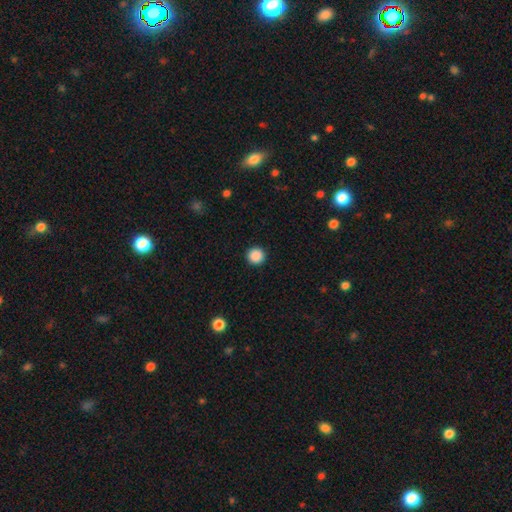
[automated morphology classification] Smooth or featured? Predicted: smooth (p=0.88). How rounded? Predicted: round (p=0.96). Merging? Predicted: none (p=0.93).